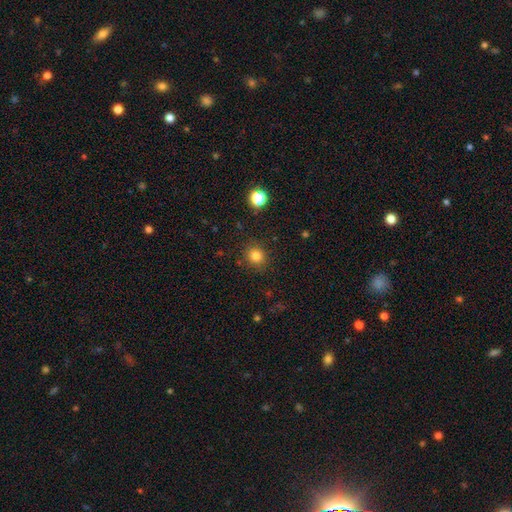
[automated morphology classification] smooth_or_featured: smooth (p=0.82) [alt: star or artifact p=0.13]
how_rounded: round (p=0.86) [alt: in between p=0.13]
merging: none (p=0.88) [alt: minor disturbance p=0.08]